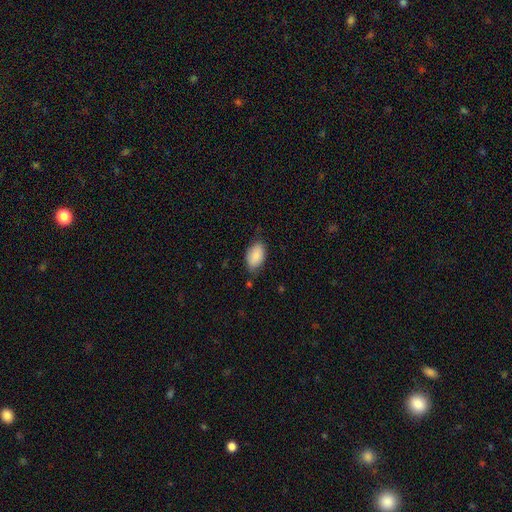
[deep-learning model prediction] Q: Smooth or featured?
A: smooth (86%); runner-up: featured or disk (7%)
Q: How rounded?
A: in between (92%); runner-up: round (6%)
Q: Merging?
A: none (69%); runner-up: minor disturbance (24%)